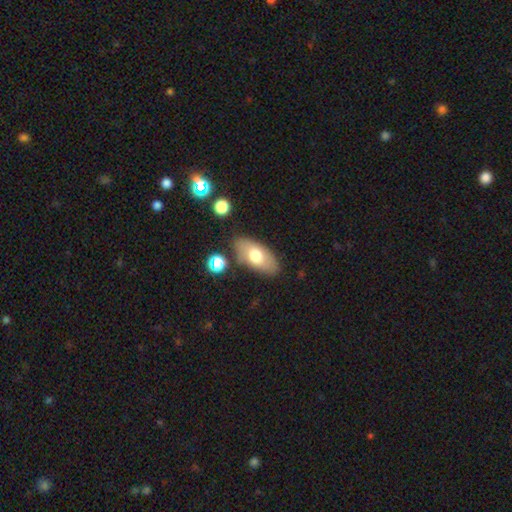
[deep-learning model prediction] A smooth galaxy with no disk features (67%) that is in between round and cigar-shaped (90%). Merging: none (77%).